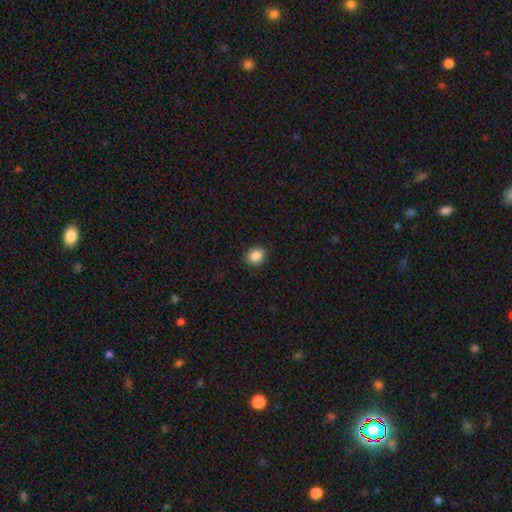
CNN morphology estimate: smooth_or_featured: smooth (p=0.88) [alt: star or artifact p=0.09]
how_rounded: round (p=0.68) [alt: in between p=0.31]
merging: none (p=0.89) [alt: minor disturbance p=0.08]